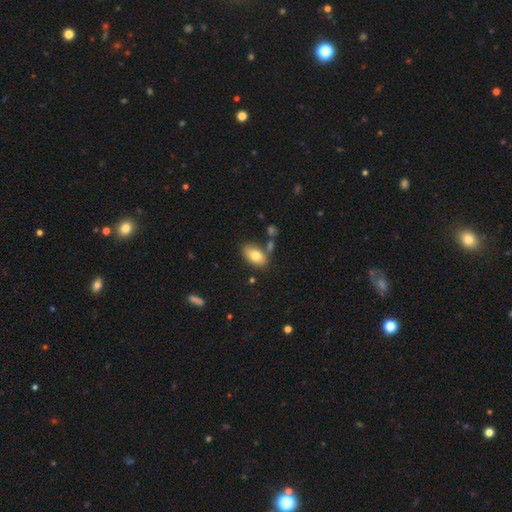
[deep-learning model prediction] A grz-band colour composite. It shows a smooth galaxy with no disk features (78%) that is in between round and cigar-shaped (91%). Merging: none (70%).